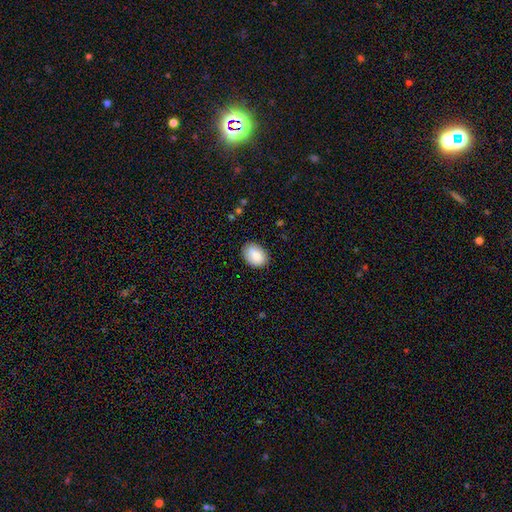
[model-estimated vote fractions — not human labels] smooth-or-featured: smooth: 85% | featured or disk: 8% | star or artifact: 7%
  how-rounded: in between: 80% | round: 19% | cigar-shaped: 1%
  merging: none: 84% | minor disturbance: 13% | major disturbance: 3% | merger: 1%